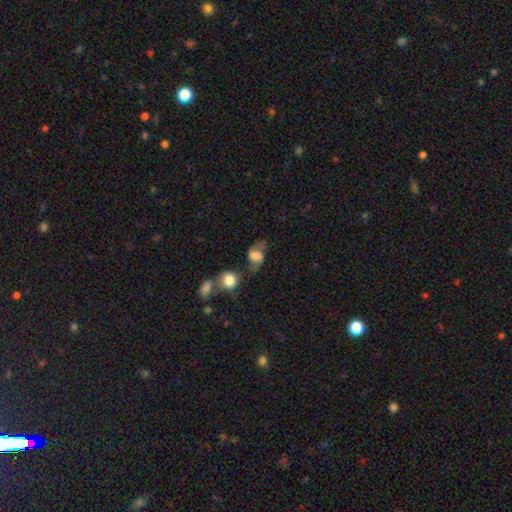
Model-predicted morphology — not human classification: smooth-or-featured: smooth: 51% | featured or disk: 39% | star or artifact: 10%
  how-rounded: in between: 72% | round: 25% | cigar-shaped: 3%
  merging: none: 48% | minor disturbance: 21% | merger: 16% | major disturbance: 15%